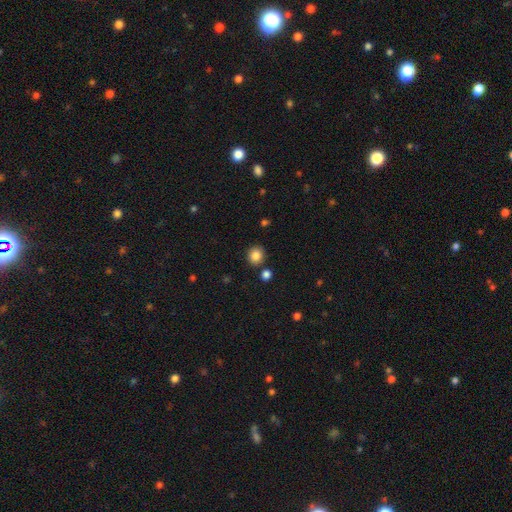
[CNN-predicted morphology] Smooth or featured: smooth — 85% (star or artifact — 10%)
How rounded: round — 84% (in between — 15%)
Merging: none — 84% (minor disturbance — 8%)